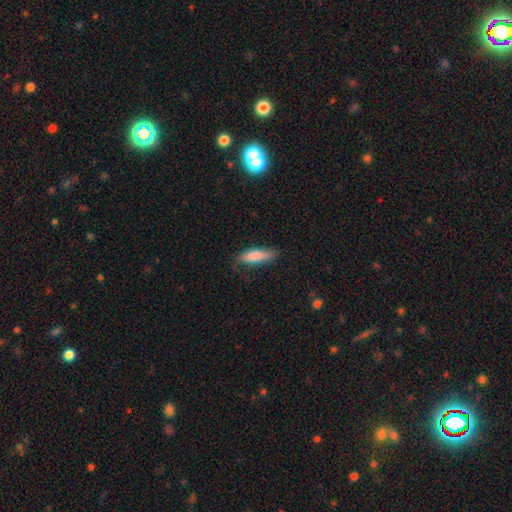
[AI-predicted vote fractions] The model was most divided on "how rounded": in between: 50%, cigar-shaped: 48%, round: 2%. More confident: smooth or featured — smooth (83%); merging — none (75%).